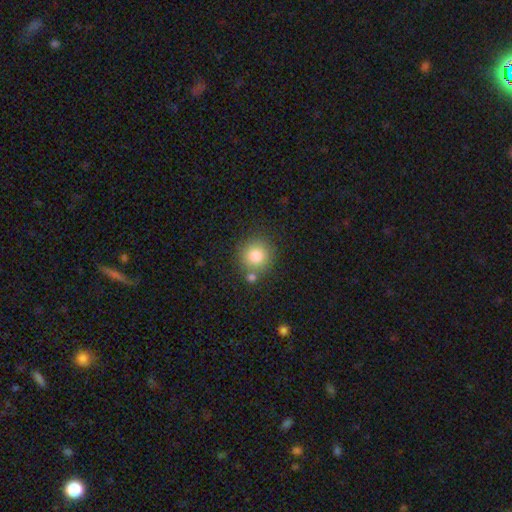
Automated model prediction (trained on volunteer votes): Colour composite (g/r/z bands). It shows a smooth galaxy with no disk features (82%) that is round (91%). Merging: none (74%).